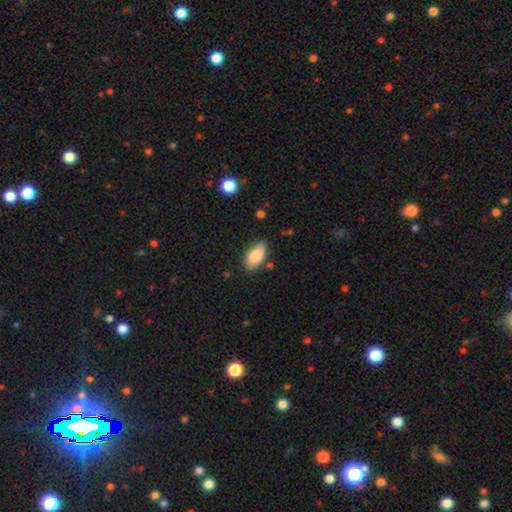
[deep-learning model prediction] This is clearly a smooth galaxy (84%). How rounded: clearly in between (93%). Merging: likely none (79%).